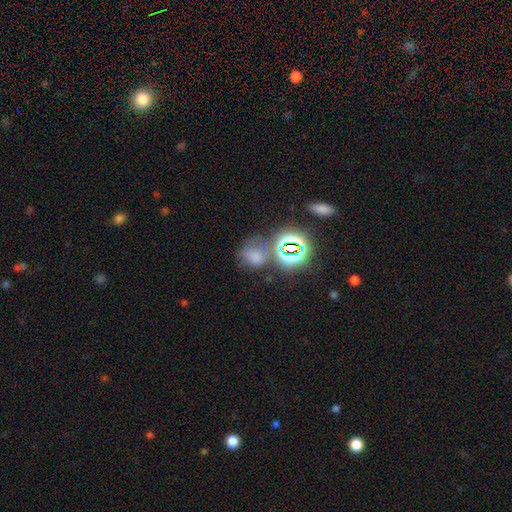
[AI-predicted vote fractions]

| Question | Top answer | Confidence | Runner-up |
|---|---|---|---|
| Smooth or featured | smooth | 53% | star or artifact (34%) |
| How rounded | round | 66% | in between (33%) |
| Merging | none | 45% | merger (21%) |